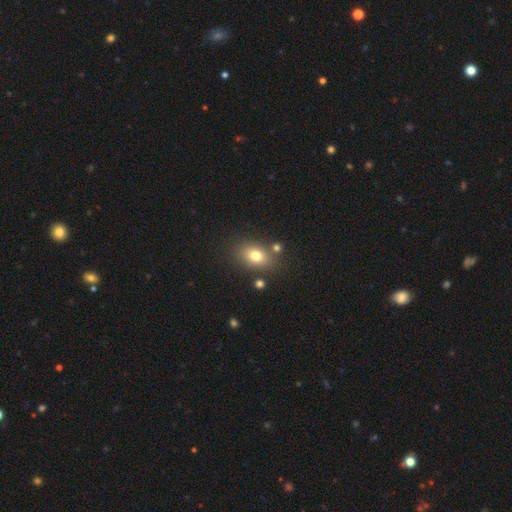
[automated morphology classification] This appears to be a smooth galaxy with no disk features (76%) that is in between round and cigar-shaped (75%). Merging: none (75%).